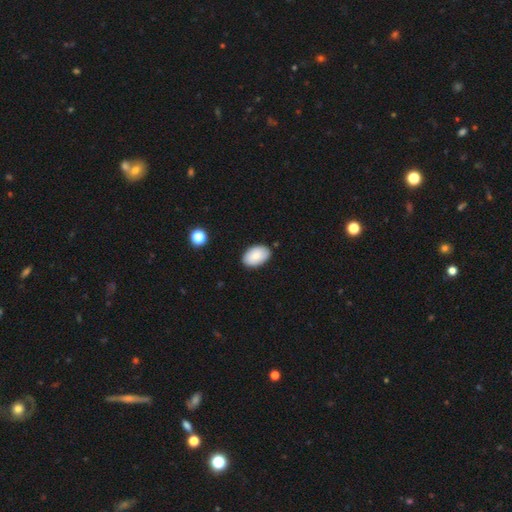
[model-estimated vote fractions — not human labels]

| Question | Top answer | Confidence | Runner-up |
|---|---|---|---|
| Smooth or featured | smooth | 84% | featured or disk (10%) |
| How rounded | in between | 92% | round (7%) |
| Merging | none | 86% | minor disturbance (11%) |